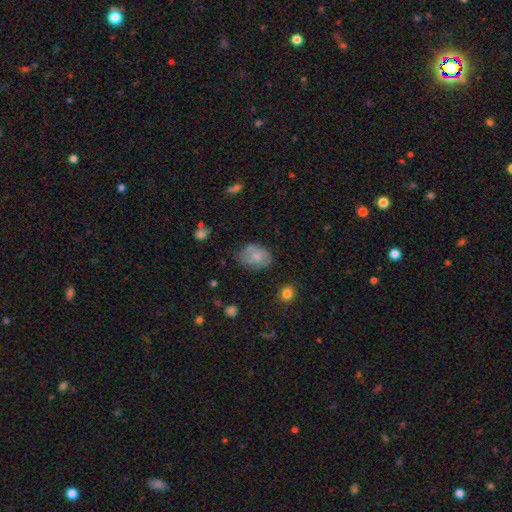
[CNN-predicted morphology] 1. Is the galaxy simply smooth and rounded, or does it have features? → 56% smooth, 36% featured or disk, 8% star or artifact.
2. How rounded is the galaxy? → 69% in between, 30% round, 1% cigar-shaped.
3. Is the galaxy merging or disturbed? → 62% none, 26% minor disturbance, 9% major disturbance, 2% merger.